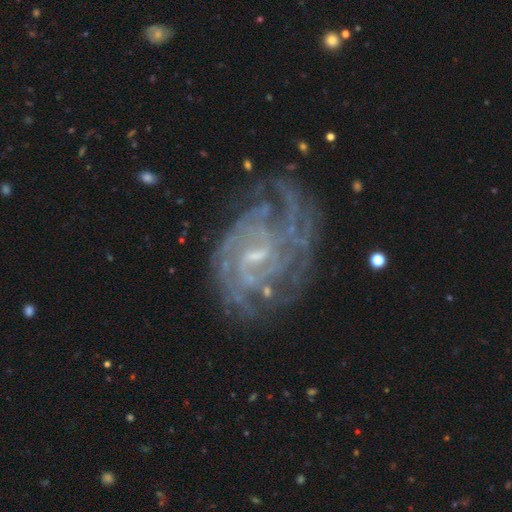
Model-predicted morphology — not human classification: Smooth or featured? Predicted: featured or disk (p=0.87). Edge-on disk? Predicted: no (p=0.97). Bar? Predicted: weak (p=0.55). Spiral arms? Predicted: yes (p=0.96). Spiral winding? Predicted: tight (p=0.62). Spiral arm count? Predicted: can't tell (p=0.34). Bulge size? Predicted: small (p=0.67). Merging? Predicted: none (p=0.65).